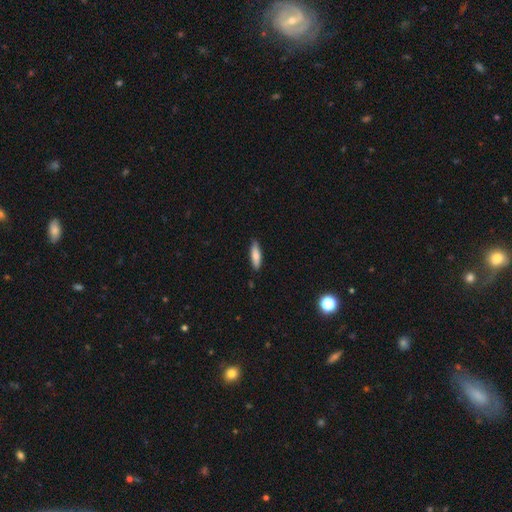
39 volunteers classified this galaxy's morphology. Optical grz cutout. It shows a smooth galaxy with no disk features (74%) that is cigar-shaped (72%). Merging: none (86%).